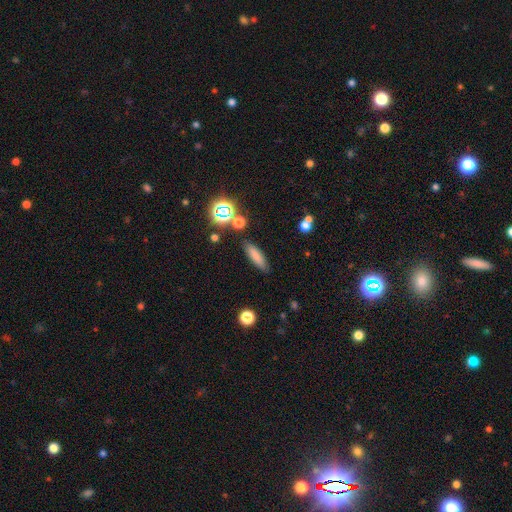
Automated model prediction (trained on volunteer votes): smooth-or-featured: smooth: 77% | star or artifact: 12% | featured or disk: 12%
  how-rounded: cigar-shaped: 61% | in between: 36% | round: 3%
  merging: none: 85% | minor disturbance: 9% | merger: 3% | major disturbance: 3%